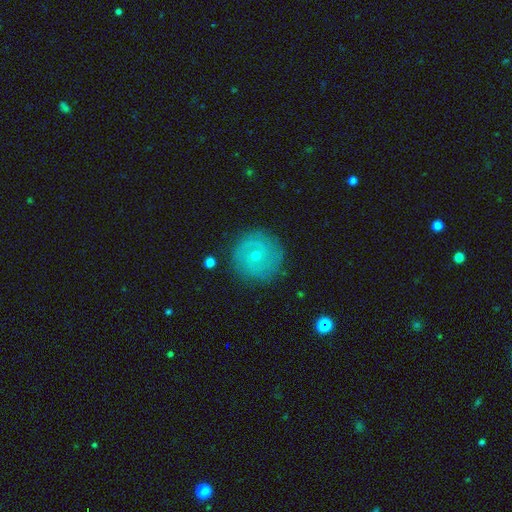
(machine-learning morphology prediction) featured or disk 55%, smooth 34%, star or artifact 11%. Down the decision tree: edge-on disk — no (97%); bar — no (77%); spiral arms — yes (74%); bulge size — small (75%); merging — none (86%).